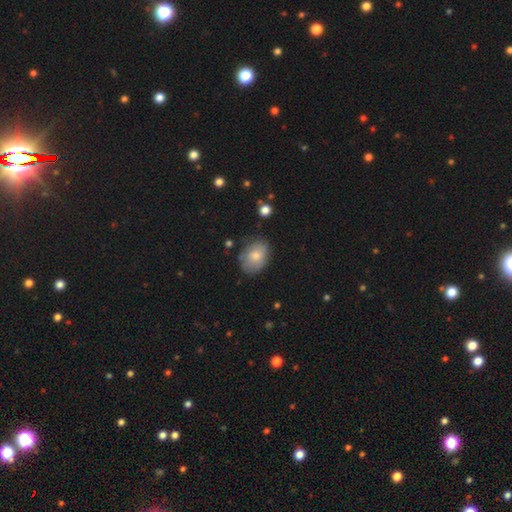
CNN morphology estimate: A smooth galaxy with no disk features (75%) that is in between round and cigar-shaped (74%). Merging: none (71%).